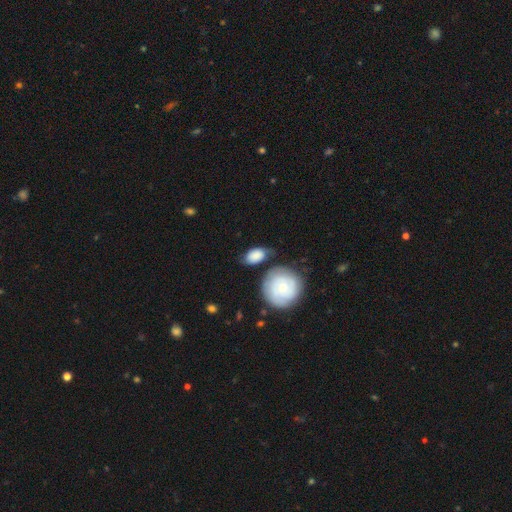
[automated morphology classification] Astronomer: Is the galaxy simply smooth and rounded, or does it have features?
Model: smooth — 75%.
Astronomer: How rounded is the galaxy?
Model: in between — 76%.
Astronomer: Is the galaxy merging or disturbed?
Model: none — 54%.